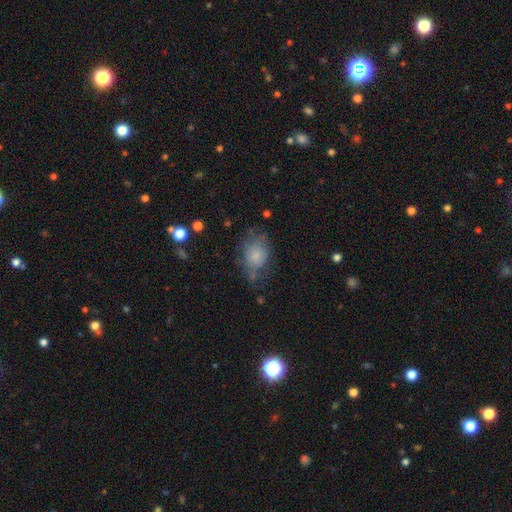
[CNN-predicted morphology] A smooth galaxy with no disk features (69%) that is in between round and cigar-shaped (69%).

Vote fractions:
- Smooth or featured? smooth: 69% / featured or disk: 21% / star or artifact: 10%
- How rounded? in between: 69% / round: 30% / cigar-shaped: 1%
- Merging? none: 47% / minor disturbance: 31% / major disturbance: 19% / merger: 3%